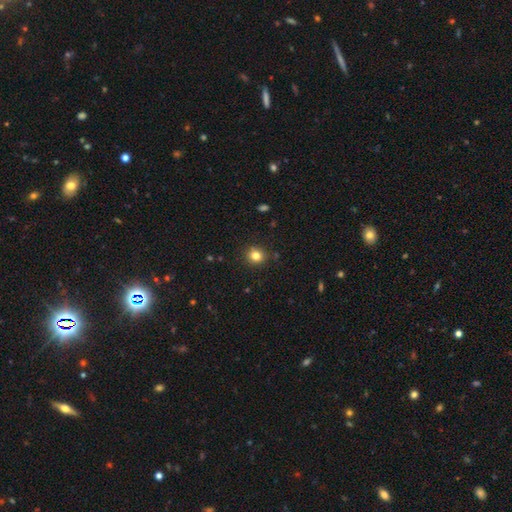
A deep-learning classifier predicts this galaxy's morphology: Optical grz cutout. It shows a smooth galaxy with no disk features (81%) that is round (84%). Merging: none (88%).